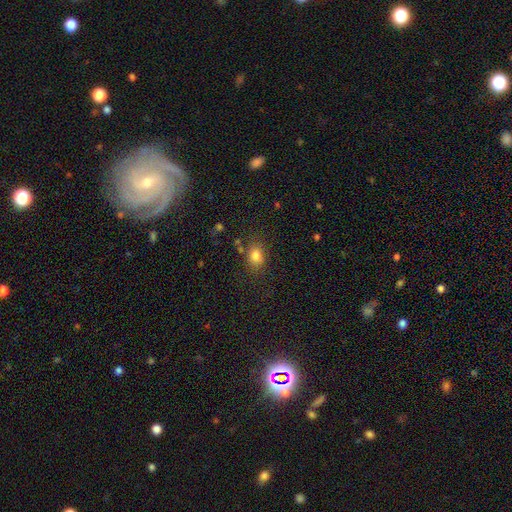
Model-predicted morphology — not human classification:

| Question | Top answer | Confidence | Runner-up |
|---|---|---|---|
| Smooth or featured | smooth | 80% | star or artifact (12%) |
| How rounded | in between | 57% | round (41%) |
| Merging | none | 75% | minor disturbance (15%) |